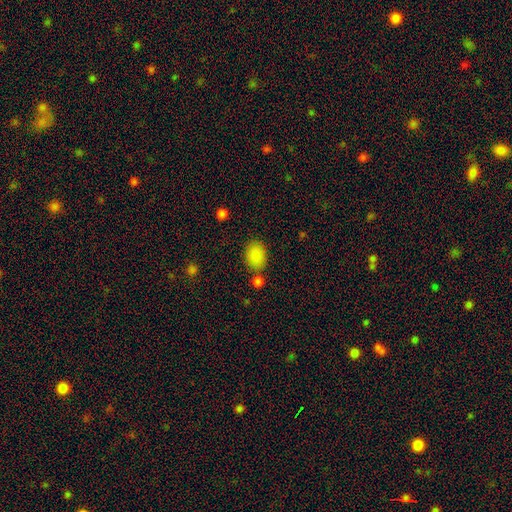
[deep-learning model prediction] Smooth or featured: smooth — 87% (star or artifact — 9%)
How rounded: in between — 68% (round — 31%)
Merging: none — 72% (minor disturbance — 13%)